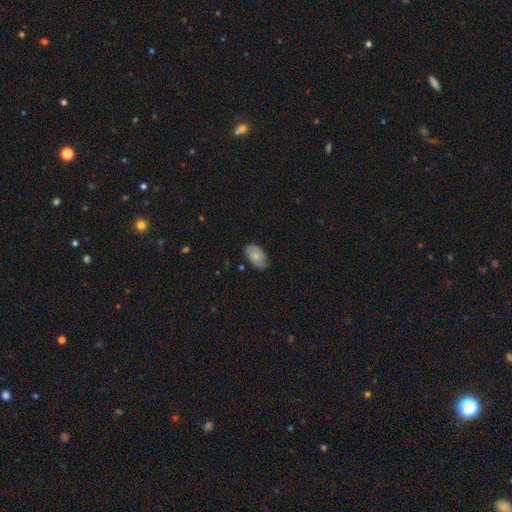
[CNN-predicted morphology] type=smooth (65%); roundness=in between (92%); merging=none (77%).